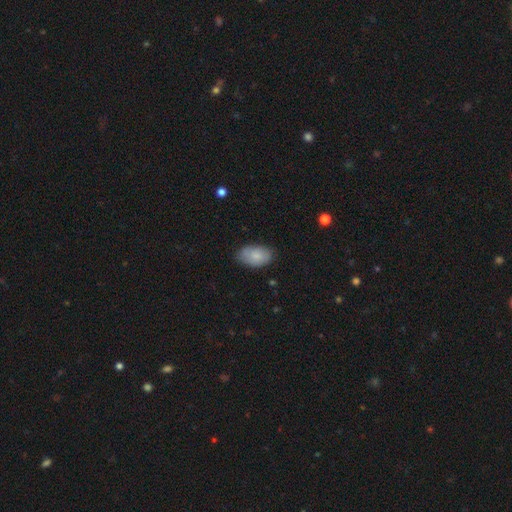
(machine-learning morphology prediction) This appears to be a smooth galaxy with no disk features (84%) that is in between round and cigar-shaped (93%). Merging: none (76%).